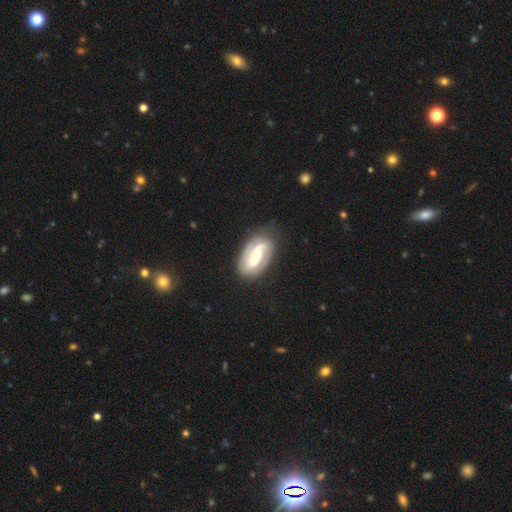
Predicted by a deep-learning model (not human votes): Smooth or featured: featured or disk — 80% (smooth — 15%)
Edge-on disk: no — 96% (yes — 4%)
Bar: weak — 41% (strong — 35%)
Spiral arms: yes — 94% (no — 6%)
Spiral winding: medium — 43% (loose — 31%)
Spiral arm count: 2 — 86% (can't tell — 6%)
Bulge size: moderate — 47% (small — 41%)
Merging: none — 77% (minor disturbance — 16%)